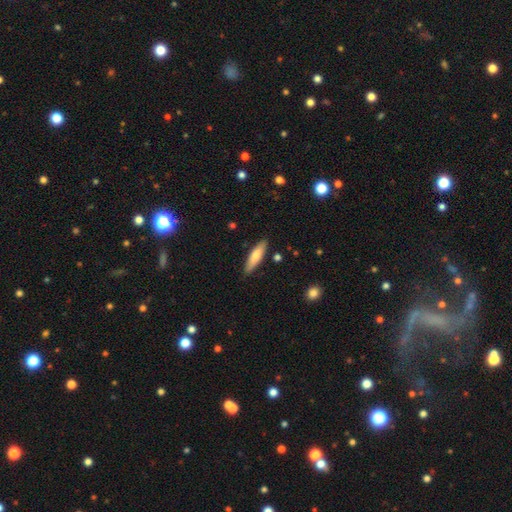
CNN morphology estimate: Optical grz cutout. It shows a smooth galaxy with no disk features (72%) that is cigar-shaped (69%). Merging: none (87%).